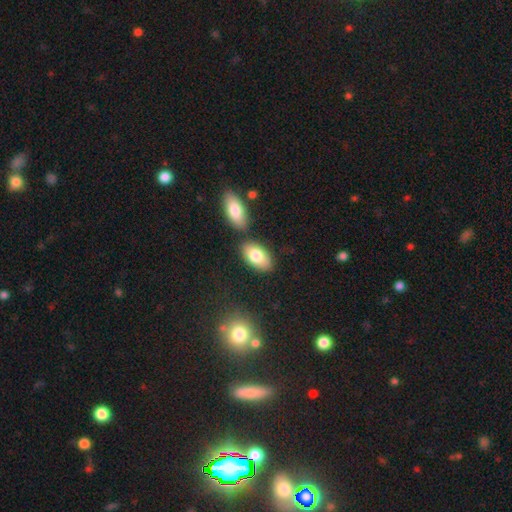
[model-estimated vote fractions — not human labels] smooth 79%, featured or disk 14%, star or artifact 7%. Down the decision tree: how rounded — in between (93%); merging — none (74%).